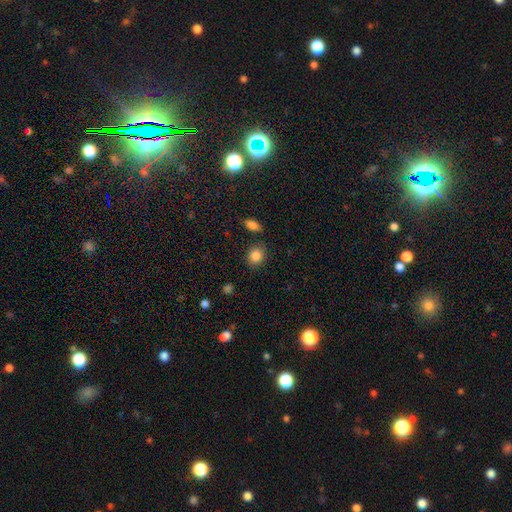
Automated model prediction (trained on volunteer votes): Overall: smooth (86%). How rounded: round (59%; in between 40%). Merging: none (80%).